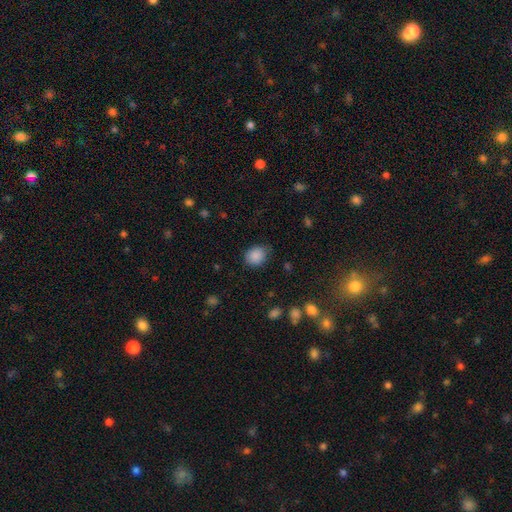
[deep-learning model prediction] smooth-or-featured: smooth: 87% | star or artifact: 9% | featured or disk: 4%
  how-rounded: round: 61% | in between: 38% | cigar-shaped: 1%
  merging: none: 76% | minor disturbance: 18% | major disturbance: 4% | merger: 1%